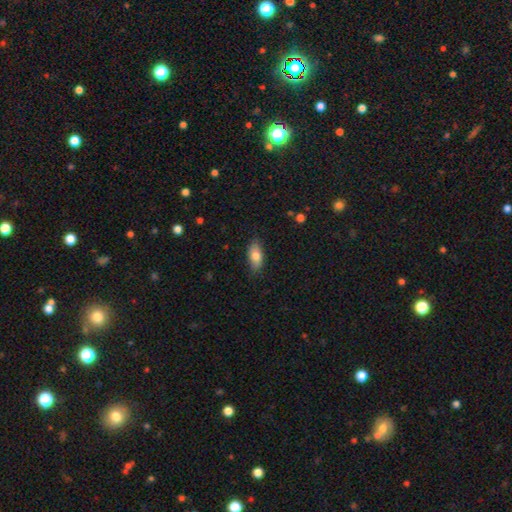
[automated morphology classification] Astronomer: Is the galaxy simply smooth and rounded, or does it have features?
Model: smooth — 78%.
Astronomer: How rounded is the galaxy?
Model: in between — 87%.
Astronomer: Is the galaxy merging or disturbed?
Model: none — 81%.